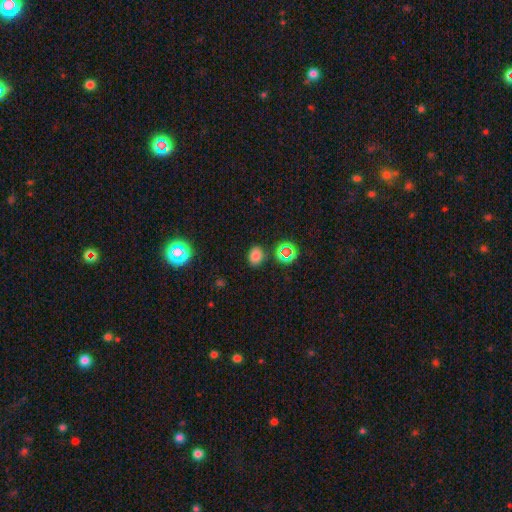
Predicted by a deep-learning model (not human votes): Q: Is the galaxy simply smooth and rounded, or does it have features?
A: smooth — 75%.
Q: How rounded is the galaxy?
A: in between — 53%.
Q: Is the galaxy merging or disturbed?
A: none — 84%.